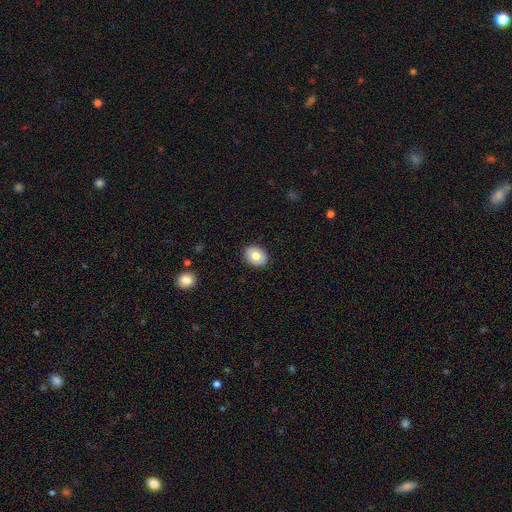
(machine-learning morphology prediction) Q: Smooth or featured?
A: smooth (80%); runner-up: featured or disk (13%)
Q: How rounded?
A: in between (62%); runner-up: round (37%)
Q: Merging?
A: none (90%); runner-up: minor disturbance (7%)